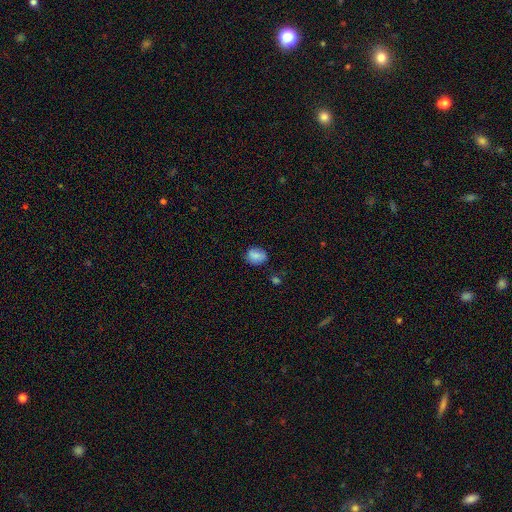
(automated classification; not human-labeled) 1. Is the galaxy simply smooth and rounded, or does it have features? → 80% smooth, 11% featured or disk, 9% star or artifact.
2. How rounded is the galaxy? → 50% round, 49% in between, 1% cigar-shaped.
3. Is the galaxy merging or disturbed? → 76% none, 18% minor disturbance, 4% major disturbance, 2% merger.